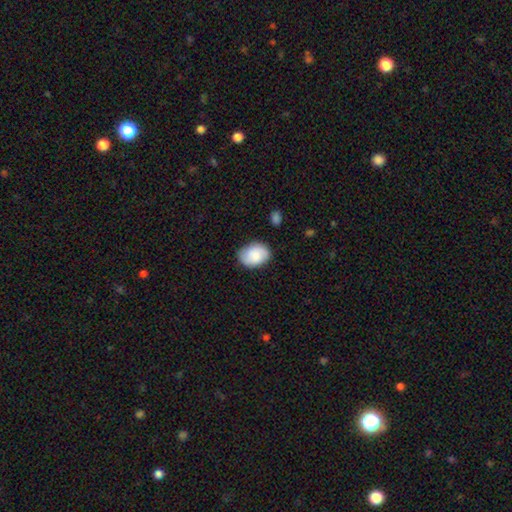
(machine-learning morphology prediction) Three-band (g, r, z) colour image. It shows a smooth galaxy with no disk features (79%) that is in between round and cigar-shaped (70%). Merging: none (77%).